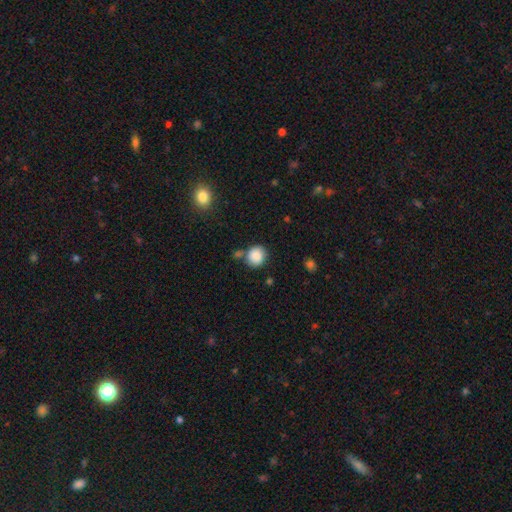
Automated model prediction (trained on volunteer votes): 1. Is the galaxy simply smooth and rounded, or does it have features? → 87% smooth, 9% star or artifact, 5% featured or disk.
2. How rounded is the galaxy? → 85% round, 14% in between, 1% cigar-shaped.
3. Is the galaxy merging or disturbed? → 67% none, 15% minor disturbance, 13% merger, 5% major disturbance.